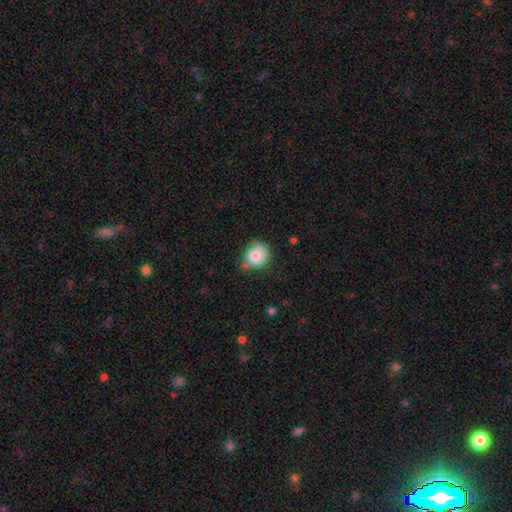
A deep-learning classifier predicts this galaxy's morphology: This appears to be a smooth galaxy with no disk features (78%) that is round (75%). Merging: none (52%).